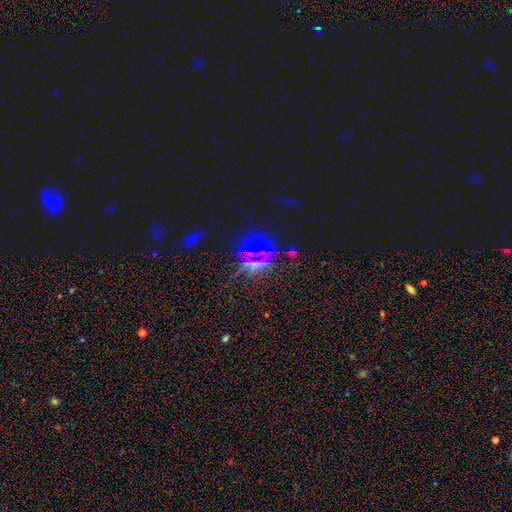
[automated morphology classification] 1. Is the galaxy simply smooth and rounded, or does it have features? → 76% star or artifact, 14% smooth, 10% featured or disk.